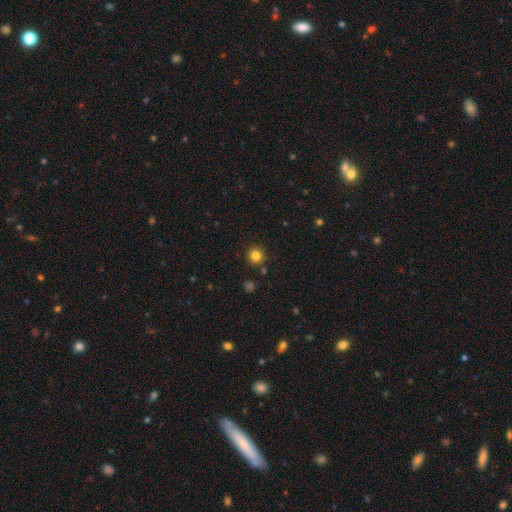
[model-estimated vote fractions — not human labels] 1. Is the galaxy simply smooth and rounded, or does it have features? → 82% smooth, 13% star or artifact, 5% featured or disk.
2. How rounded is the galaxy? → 94% round, 5% in between, 1% cigar-shaped.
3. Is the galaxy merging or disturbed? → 90% none, 6% minor disturbance, 3% merger, 2% major disturbance.